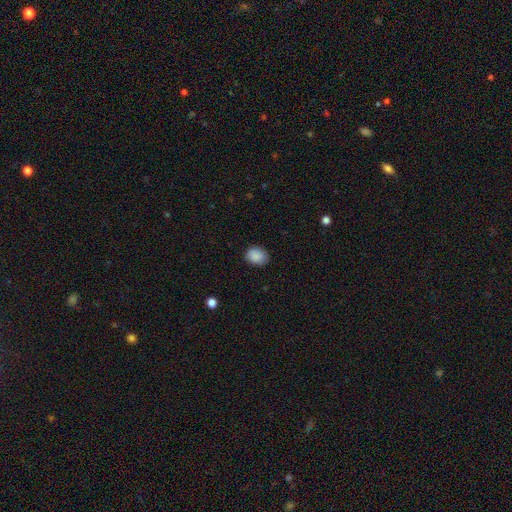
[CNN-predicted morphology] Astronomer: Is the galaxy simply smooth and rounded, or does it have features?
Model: smooth — 88%.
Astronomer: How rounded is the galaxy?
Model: in between — 53% (runner-up: round, 46%).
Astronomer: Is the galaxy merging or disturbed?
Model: none — 84%.